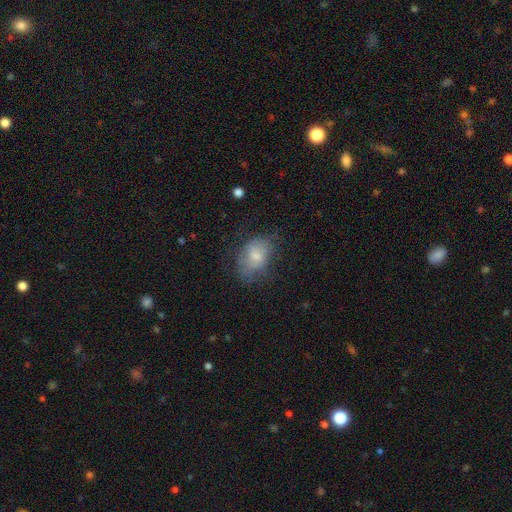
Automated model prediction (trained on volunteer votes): Morphology: type=smooth (61%); roundness=in between (74%); merging=none (60%).